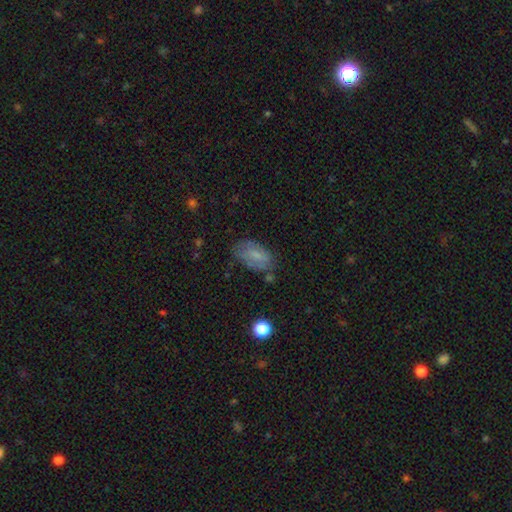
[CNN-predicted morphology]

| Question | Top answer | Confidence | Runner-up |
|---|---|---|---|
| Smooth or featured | smooth | 64% | featured or disk (27%) |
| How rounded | in between | 91% | round (5%) |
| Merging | none | 62% | minor disturbance (26%) |